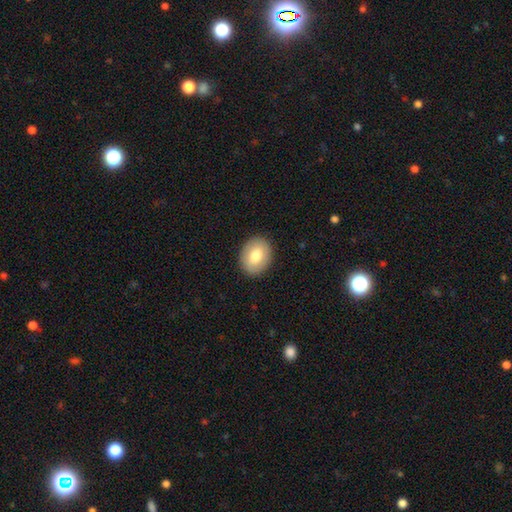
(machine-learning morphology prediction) Overall: smooth (76%). How rounded: in between (58%; round 41%). Merging: none (90%).